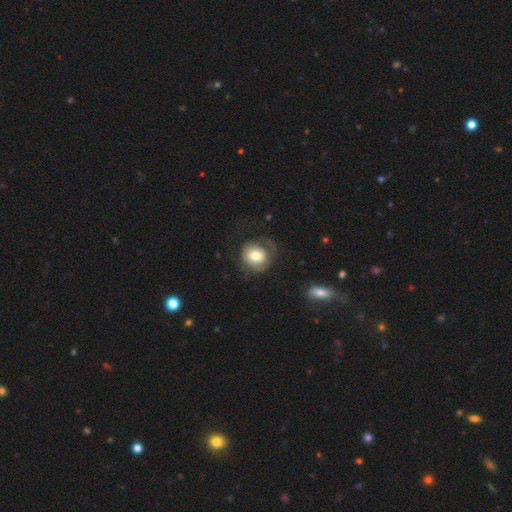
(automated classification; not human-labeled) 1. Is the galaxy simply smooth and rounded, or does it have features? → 69% smooth, 22% featured or disk, 8% star or artifact.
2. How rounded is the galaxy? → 81% round, 18% in between, 1% cigar-shaped.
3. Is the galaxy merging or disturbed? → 61% none, 20% minor disturbance, 18% major disturbance, 2% merger.